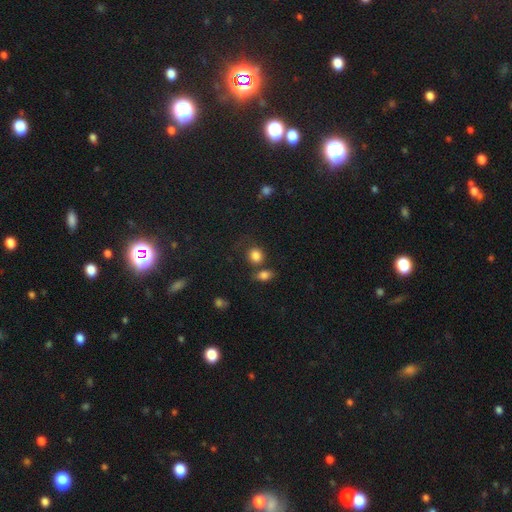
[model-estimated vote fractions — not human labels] This is clearly a smooth galaxy (83%). How rounded: likely round (71%). Merging: possibly none (56%).